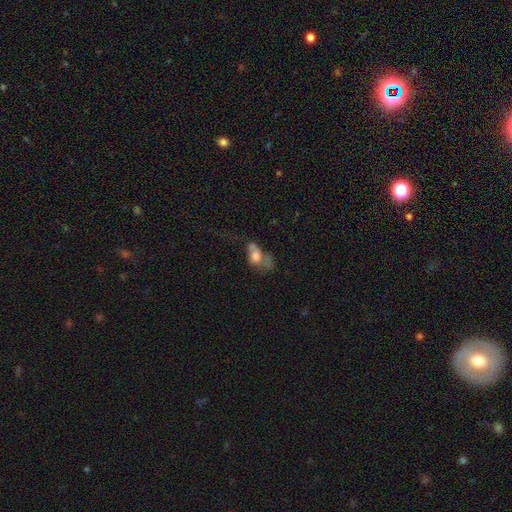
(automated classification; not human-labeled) This is possibly a smooth galaxy (58%). How rounded: likely in between (73%). Merging: marginally major disturbance (42%).